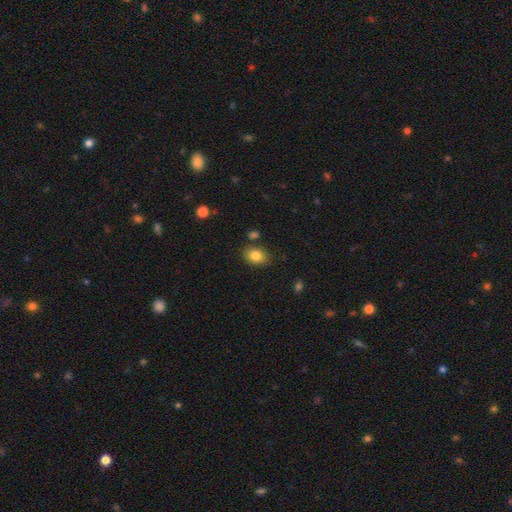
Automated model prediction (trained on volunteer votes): Morphology: type=smooth (83%); roundness=in between (77%); merging=none (78%).